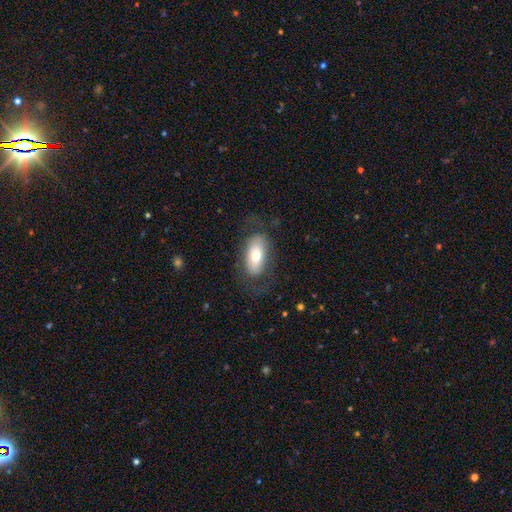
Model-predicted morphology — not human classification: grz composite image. It shows a smooth galaxy with no disk features (64%) that is in between round and cigar-shaped (92%). Merging: none (68%).